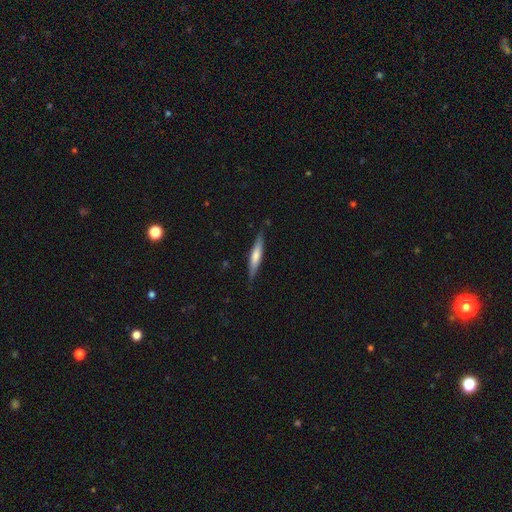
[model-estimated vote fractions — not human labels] A smooth galaxy with no disk features (53%) that is cigar-shaped (91%).

Vote fractions:
- Smooth or featured? smooth: 53% / featured or disk: 41% / star or artifact: 6%
- How rounded? cigar-shaped: 91% / in between: 7% / round: 1%
- Merging? none: 85% / minor disturbance: 12% / major disturbance: 2% / merger: 1%